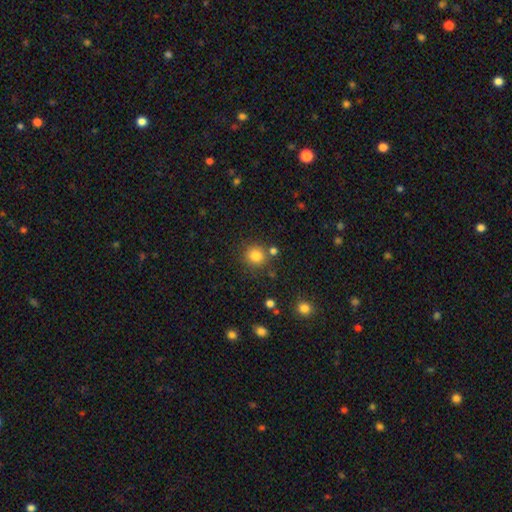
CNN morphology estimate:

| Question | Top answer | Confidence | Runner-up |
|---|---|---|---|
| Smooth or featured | smooth | 83% | star or artifact (12%) |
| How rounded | round | 89% | in between (10%) |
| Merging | none | 78% | minor disturbance (10%) |